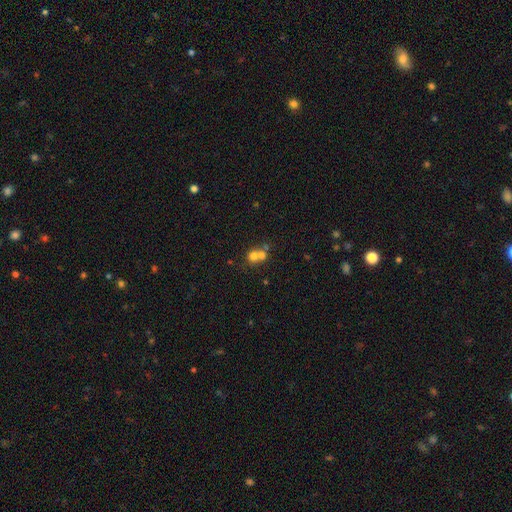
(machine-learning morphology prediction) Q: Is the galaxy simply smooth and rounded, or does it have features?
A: smooth — 68%.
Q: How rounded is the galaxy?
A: round — 83%.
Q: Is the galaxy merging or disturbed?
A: merger — 59%.